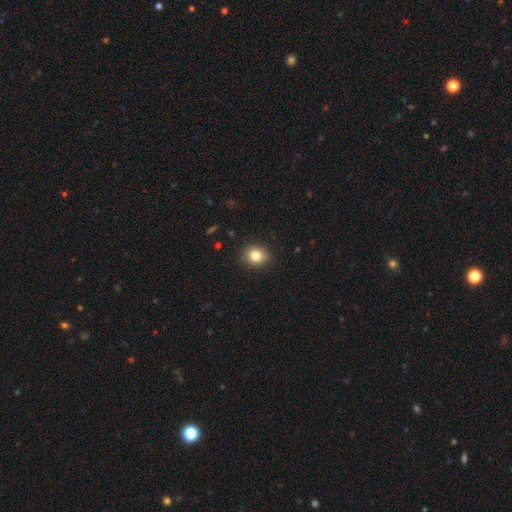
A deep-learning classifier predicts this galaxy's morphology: smooth 82%, star or artifact 11%, featured or disk 8%. Down the decision tree: how rounded — round (71%); merging — none (88%).